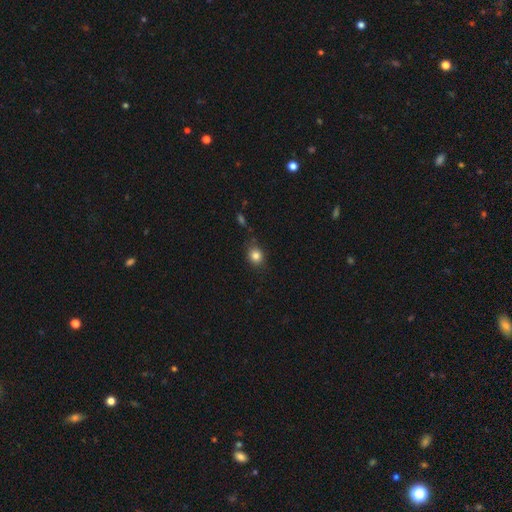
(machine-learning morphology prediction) Smooth or featured? smooth (83%)
How rounded? round (62%)
Merging? none (78%)